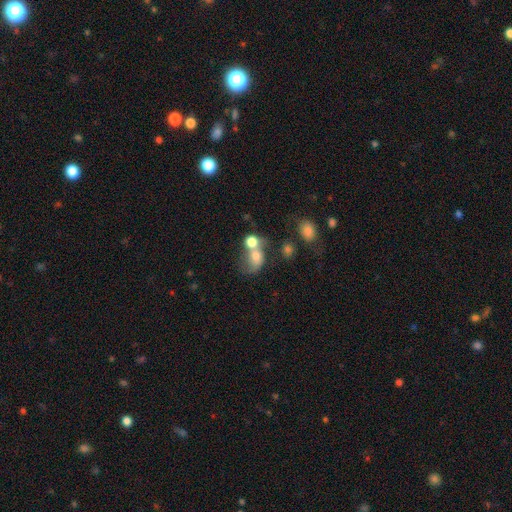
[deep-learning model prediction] Q: Smooth or featured?
A: smooth (64%); runner-up: featured or disk (23%)
Q: How rounded?
A: round (51%); runner-up: in between (47%)
Q: Merging?
A: merger (64%); runner-up: none (18%)